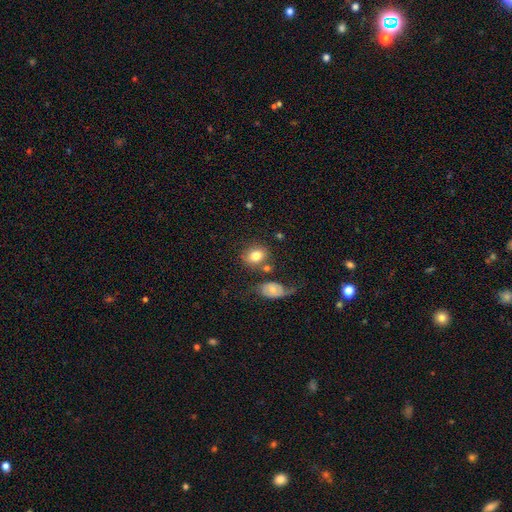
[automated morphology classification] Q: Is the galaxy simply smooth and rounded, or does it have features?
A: smooth — 76%.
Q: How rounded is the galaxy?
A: in between — 51%.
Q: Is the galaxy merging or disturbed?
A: none — 60%.